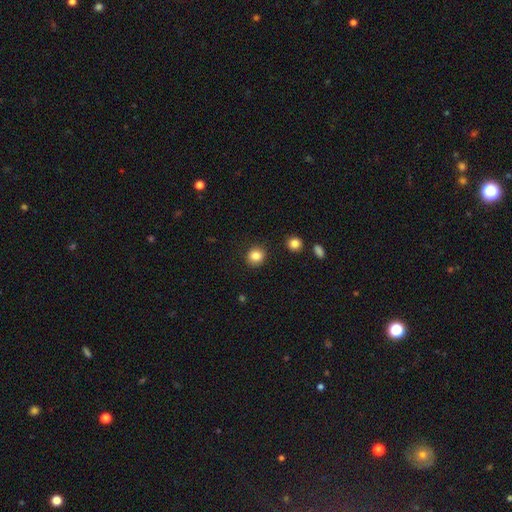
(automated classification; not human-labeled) A smooth galaxy with no disk features (85%) that is round (83%).

Vote fractions:
- Smooth or featured? smooth: 85% / star or artifact: 10% / featured or disk: 5%
- How rounded? round: 83% / in between: 16% / cigar-shaped: 1%
- Merging? none: 89% / minor disturbance: 7% / major disturbance: 2% / merger: 2%